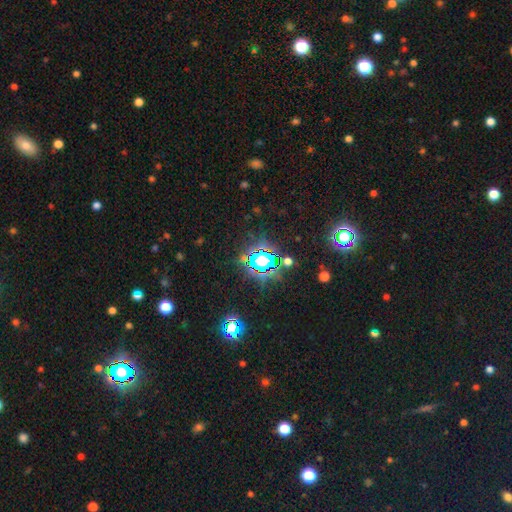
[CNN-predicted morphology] Smooth or featured? Predicted: star or artifact (p=0.73).